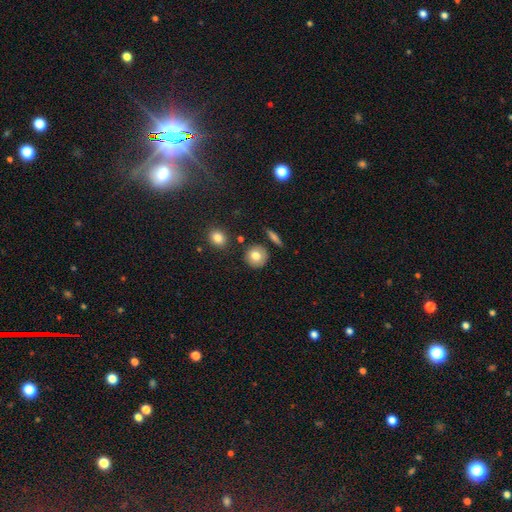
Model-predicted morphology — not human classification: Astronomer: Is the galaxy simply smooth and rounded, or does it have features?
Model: smooth — 78%.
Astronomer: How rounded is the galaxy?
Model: round — 91%.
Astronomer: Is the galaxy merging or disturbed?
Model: none — 84%.